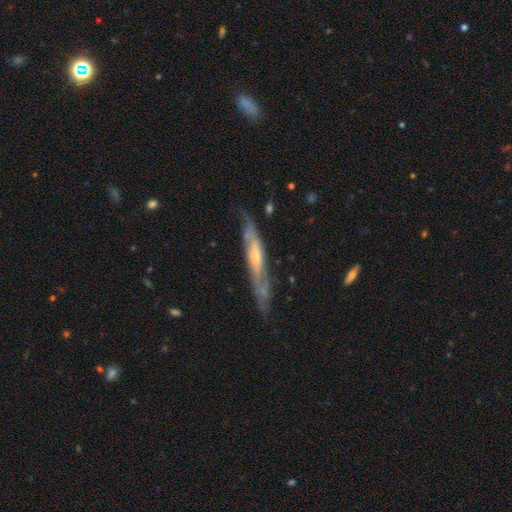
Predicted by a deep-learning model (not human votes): Overall: featured or disk (78%). Edge-on disk: yes (67%; no 33%). Edge-on bulge: rounded (55%; none 39%). Merging: none (71%).